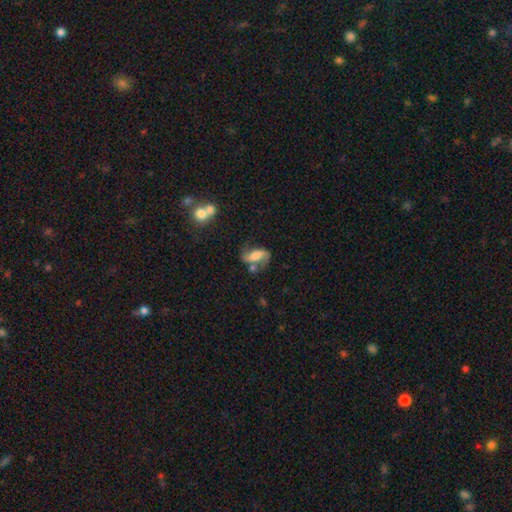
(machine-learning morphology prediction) smooth-or-featured: featured or disk: 64% | smooth: 28% | star or artifact: 8%
  disk-edge-on: no: 94% | yes: 6%
    bar: weak: 37% | strong: 32% | no: 31%
    has-spiral-arms: yes: 88% | no: 12%
      spiral-winding: loose: 60% | medium: 30% | tight: 9%
      spiral-arm-count: 2: 89% | can't tell: 4% | 1: 4% | 3: 1% | 4: 1% | more than 4: 1%
    bulge-size: moderate: 38% | small: 22% | large: 22% | none: 14% | dominant: 4%
  merging: none: 56% | minor disturbance: 21% | major disturbance: 12% | merger: 11%